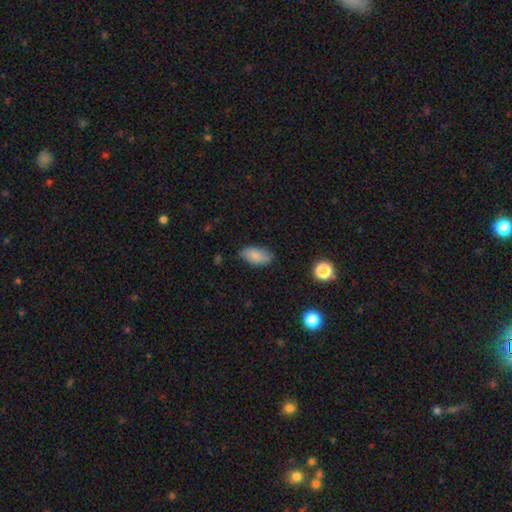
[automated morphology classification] A smooth galaxy with no disk features (82%) that is in between round and cigar-shaped (91%). Merging: none (77%).